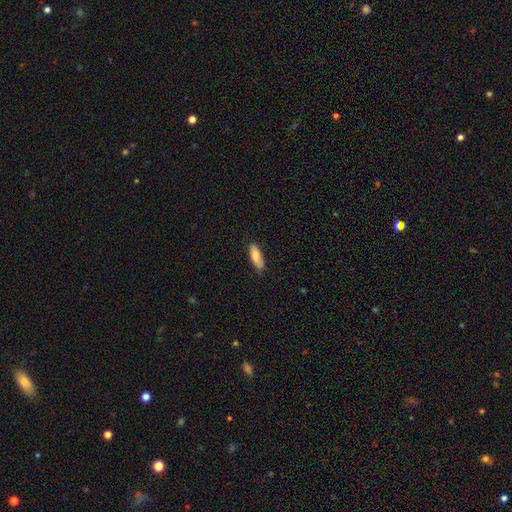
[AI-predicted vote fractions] This appears to be a smooth galaxy with no disk features (83%) that is in between round and cigar-shaped (64%). Merging: none (84%).